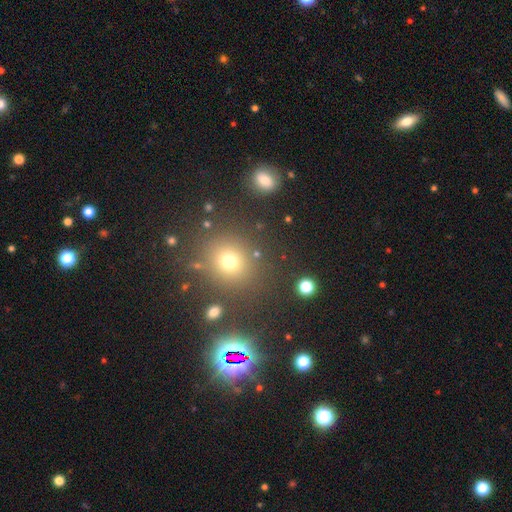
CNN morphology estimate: This appears to be a smooth galaxy with no disk features (46%). Merging: none (84%).